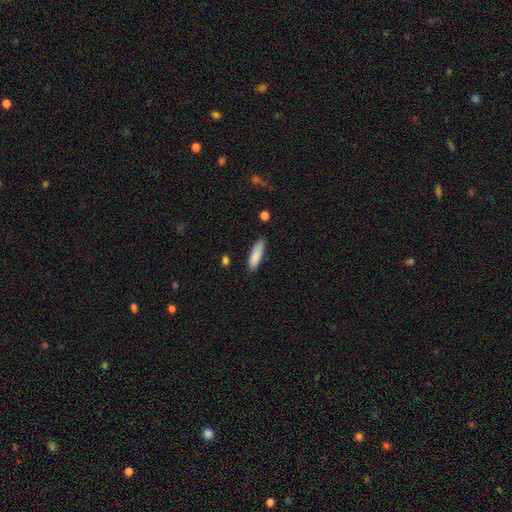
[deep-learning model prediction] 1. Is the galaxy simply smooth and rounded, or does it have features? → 87% smooth, 7% featured or disk, 6% star or artifact.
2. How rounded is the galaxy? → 55% cigar-shaped, 44% in between, 2% round.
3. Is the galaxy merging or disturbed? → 79% none, 16% minor disturbance, 3% major disturbance, 2% merger.